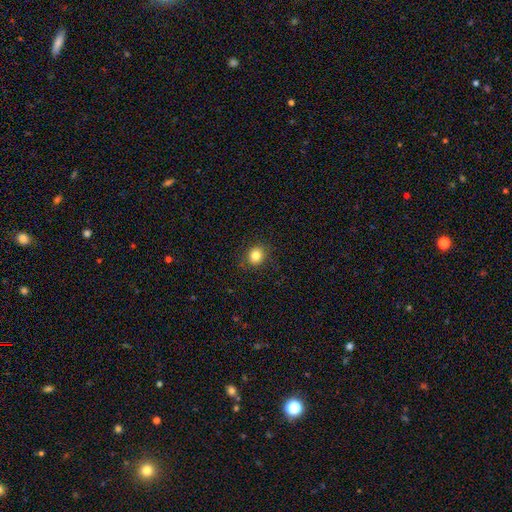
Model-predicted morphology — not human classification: A smooth galaxy with no disk features (83%) that is round (80%). Merging: none (89%).